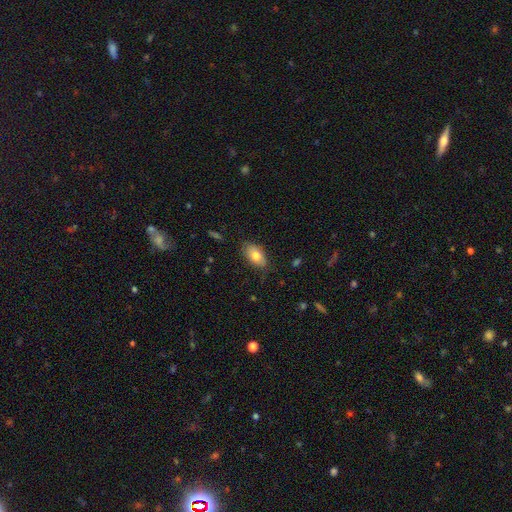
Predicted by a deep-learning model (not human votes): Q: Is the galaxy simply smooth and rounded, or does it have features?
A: smooth — 79%.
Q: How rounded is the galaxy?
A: in between — 91%.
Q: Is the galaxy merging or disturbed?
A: none — 78%.